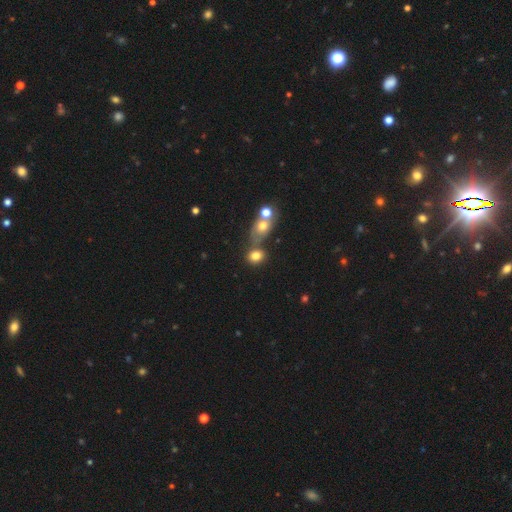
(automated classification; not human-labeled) A smooth galaxy with no disk features (76%) that is round (54%).

Vote fractions:
- Smooth or featured? smooth: 76% / star or artifact: 13% / featured or disk: 11%
- How rounded? round: 54% / in between: 44% / cigar-shaped: 2%
- Merging? none: 48% / merger: 33% / minor disturbance: 12% / major disturbance: 6%